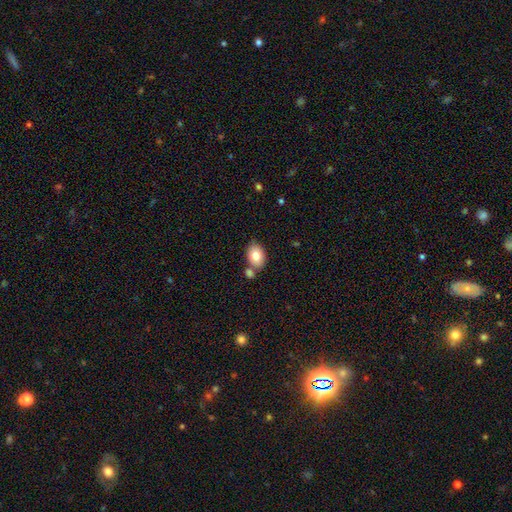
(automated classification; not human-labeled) Smooth or featured?
  - smooth: 79% *
  - featured or disk: 13%
  - star or artifact: 8%
How rounded?
  - in between: 77% *
  - round: 22%
  - cigar-shaped: 1%
Merging?
  - none: 63% *
  - merger: 22%
  - minor disturbance: 12%
  - major disturbance: 3%